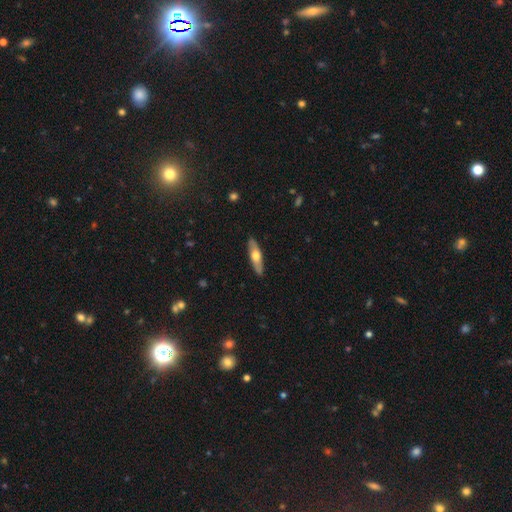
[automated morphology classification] This appears to be a smooth galaxy with no disk features (52%) that is cigar-shaped (67%). Merging: none (89%).